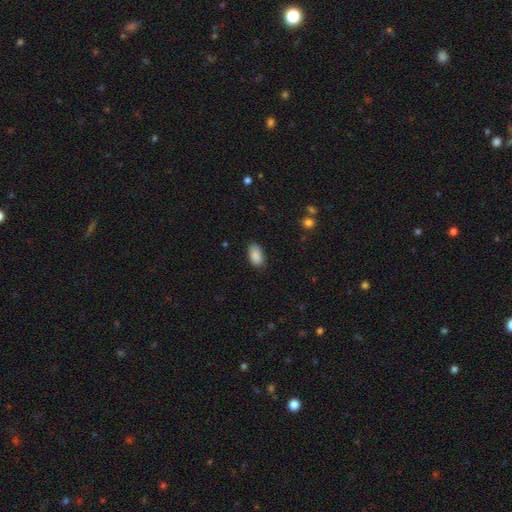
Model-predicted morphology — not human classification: Smooth or featured: smooth — 89% (star or artifact — 7%)
How rounded: in between — 93% (round — 5%)
Merging: none — 81% (minor disturbance — 15%)